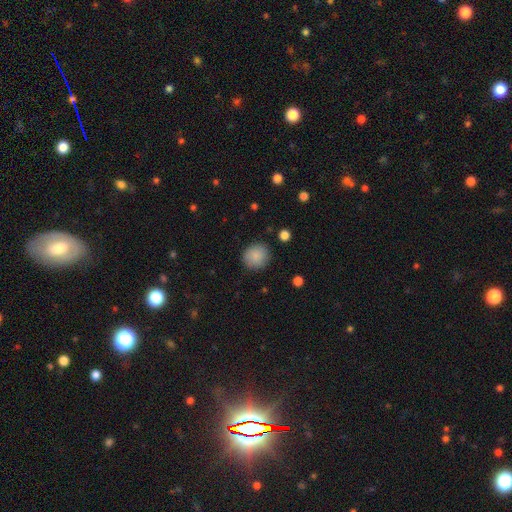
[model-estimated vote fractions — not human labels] A smooth galaxy with no disk features (87%) that is round (88%).

Vote fractions:
- Smooth or featured? smooth: 87% / star or artifact: 8% / featured or disk: 6%
- How rounded? round: 88% / in between: 11% / cigar-shaped: 1%
- Merging? none: 85% / minor disturbance: 10% / major disturbance: 3% / merger: 1%